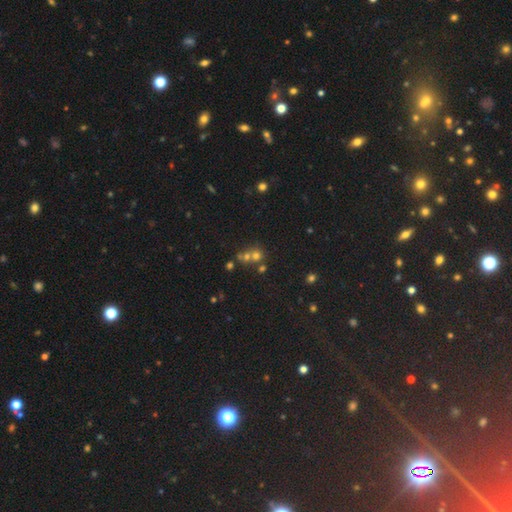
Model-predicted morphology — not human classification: Q: Smooth or featured?
A: smooth (57%); runner-up: star or artifact (27%)
Q: How rounded?
A: round (85%); runner-up: in between (14%)
Q: Merging?
A: none (45%); runner-up: merger (44%)